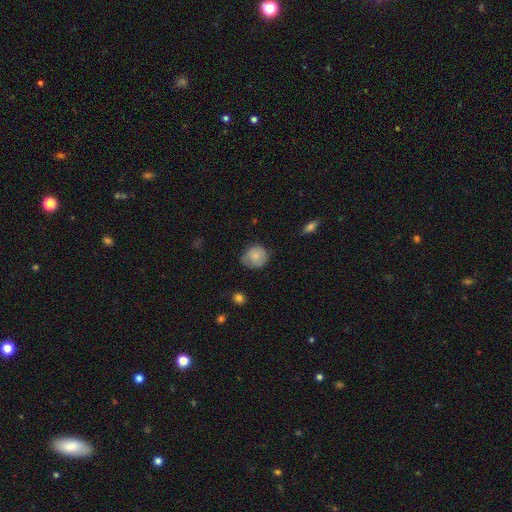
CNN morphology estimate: Overall: smooth (79%). How rounded: round (73%). Merging: none (59%; minor disturbance 33%).